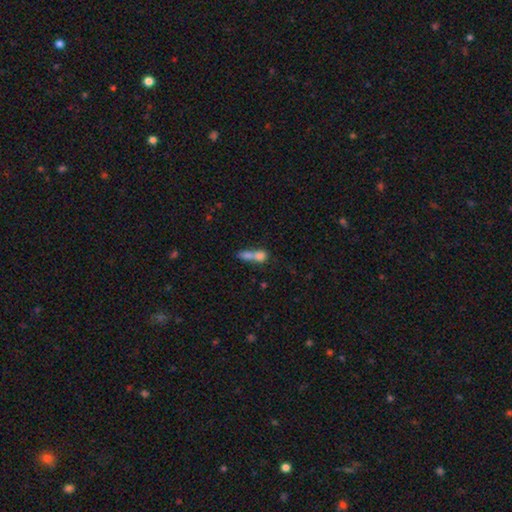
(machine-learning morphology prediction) smooth 70%, featured or disk 19%, star or artifact 11%. Down the decision tree: how rounded — in between (46%); merging — merger (65%).